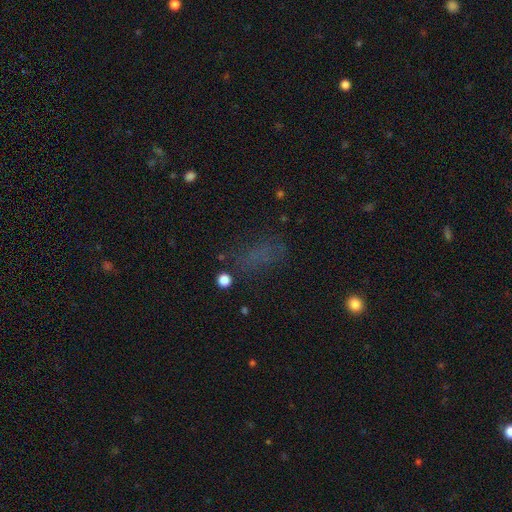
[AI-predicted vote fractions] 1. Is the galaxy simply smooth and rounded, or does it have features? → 50% smooth, 34% star or artifact, 16% featured or disk.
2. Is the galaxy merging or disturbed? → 59% none, 19% minor disturbance, 18% major disturbance, 4% merger.